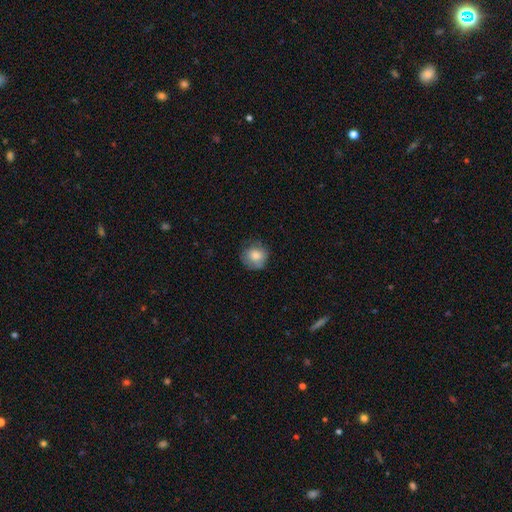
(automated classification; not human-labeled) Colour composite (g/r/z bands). It shows a smooth galaxy with no disk features (78%) that is round (88%). Merging: none (69%).